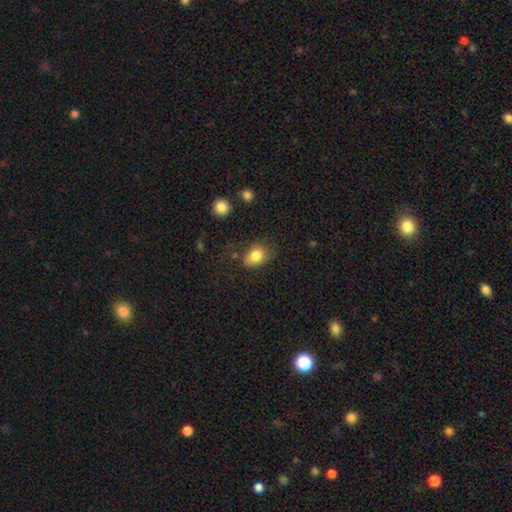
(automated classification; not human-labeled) The model was most divided on "merging": none: 67%, minor disturbance: 22%, major disturbance: 9%, merger: 3%. More confident: smooth or featured — smooth (82%); how rounded — in between (75%).